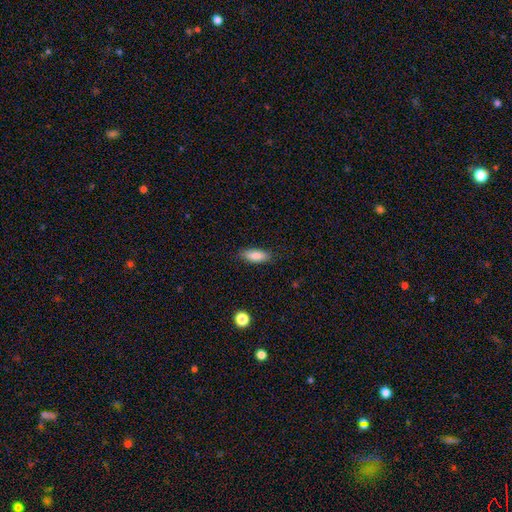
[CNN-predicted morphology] type=smooth (85%); roundness=in between (72%); merging=none (85%).